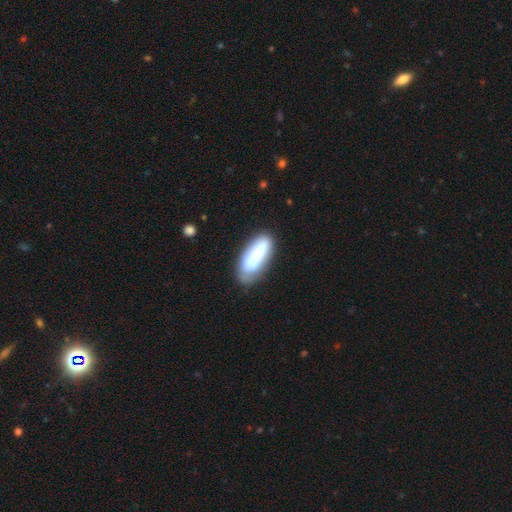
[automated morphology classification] A smooth galaxy with no disk features (72%) that is in between round and cigar-shaped (70%).

Vote fractions:
- Smooth or featured? smooth: 72% / featured or disk: 22% / star or artifact: 7%
- How rounded? in between: 70% / cigar-shaped: 28% / round: 2%
- Merging? none: 64% / minor disturbance: 23% / major disturbance: 7% / merger: 6%